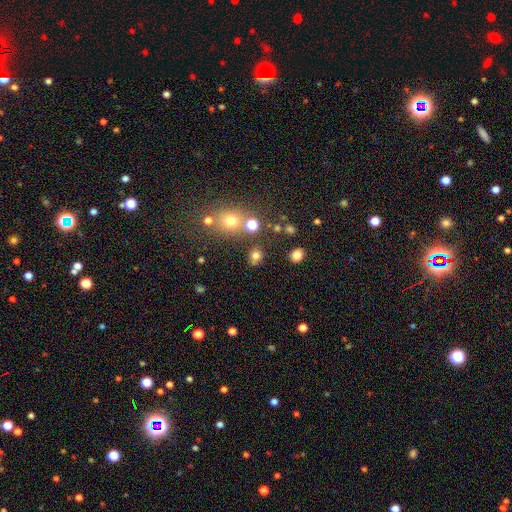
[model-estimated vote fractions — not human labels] smooth 73%, star or artifact 18%, featured or disk 8%. Down the decision tree: how rounded — round (66%); merging — none (73%).